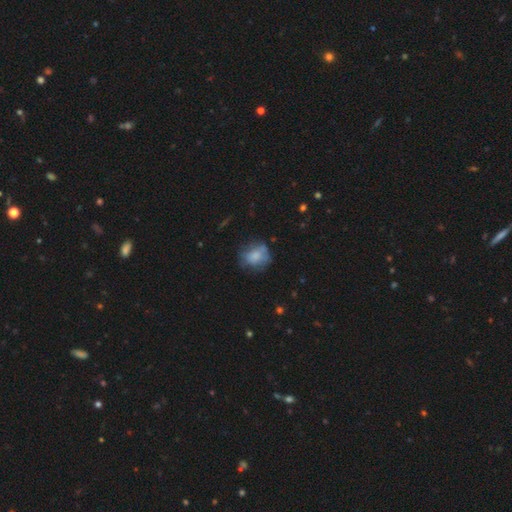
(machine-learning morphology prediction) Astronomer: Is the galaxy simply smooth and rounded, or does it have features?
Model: smooth — 66%.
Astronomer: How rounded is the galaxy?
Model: round — 65%.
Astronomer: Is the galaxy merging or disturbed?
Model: none — 54%.